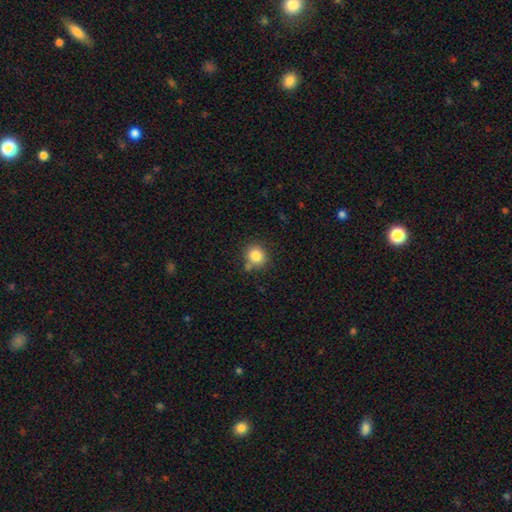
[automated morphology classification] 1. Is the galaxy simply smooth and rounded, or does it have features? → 83% smooth, 11% star or artifact, 6% featured or disk.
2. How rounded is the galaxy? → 85% round, 14% in between, 1% cigar-shaped.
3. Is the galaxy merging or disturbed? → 74% none, 15% minor disturbance, 8% merger, 4% major disturbance.